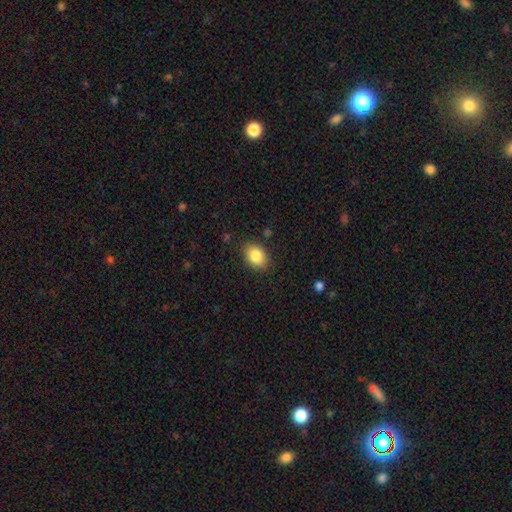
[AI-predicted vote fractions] Morphology: type=smooth (85%); roundness=in between (73%); merging=none (84%).